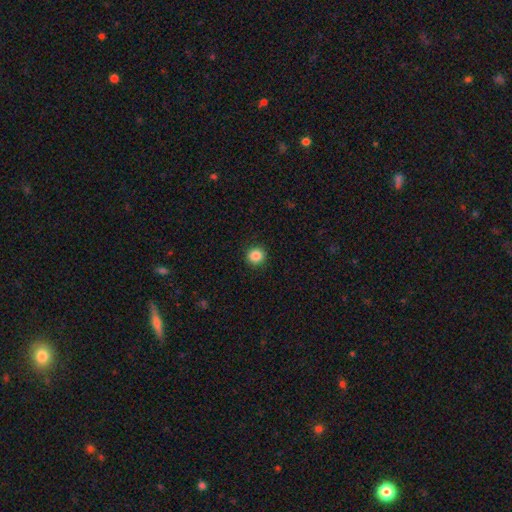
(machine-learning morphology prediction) smooth-or-featured: smooth: 86% | star or artifact: 10% | featured or disk: 4%
  how-rounded: round: 94% | in between: 5% | cigar-shaped: 1%
  merging: none: 93% | minor disturbance: 5% | major disturbance: 2% | merger: 1%